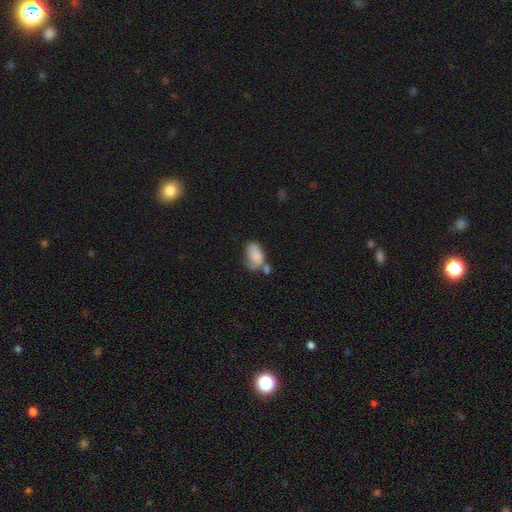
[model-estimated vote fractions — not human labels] Overall: smooth (76%). How rounded: in between (90%). Merging: none (30%; merger 29%).